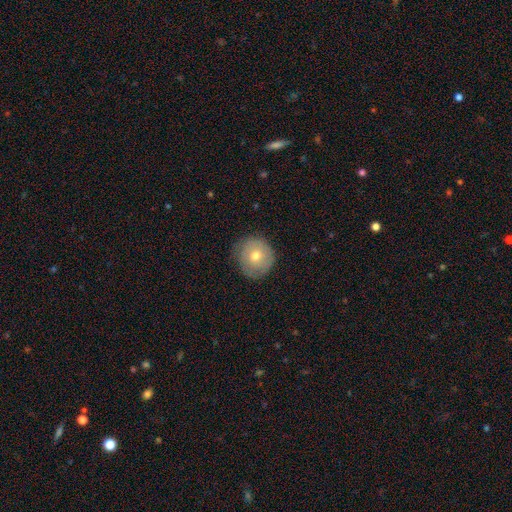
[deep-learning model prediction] Smooth or featured: smooth — 68% (featured or disk — 23%)
How rounded: round — 90% (in between — 9%)
Merging: none — 78% (minor disturbance — 17%)